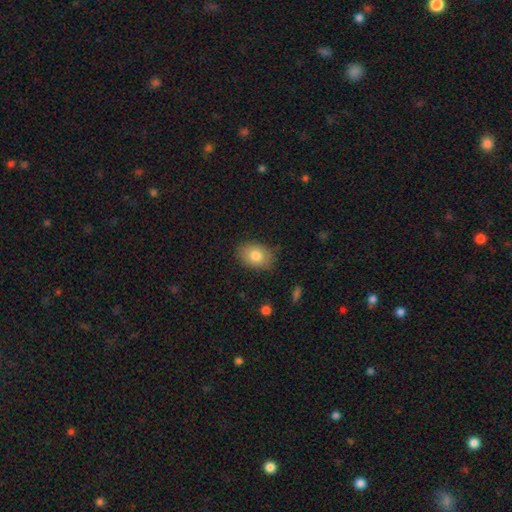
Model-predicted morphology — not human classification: This appears to be a smooth galaxy with no disk features (81%) that is in between round and cigar-shaped (76%). Merging: none (83%).